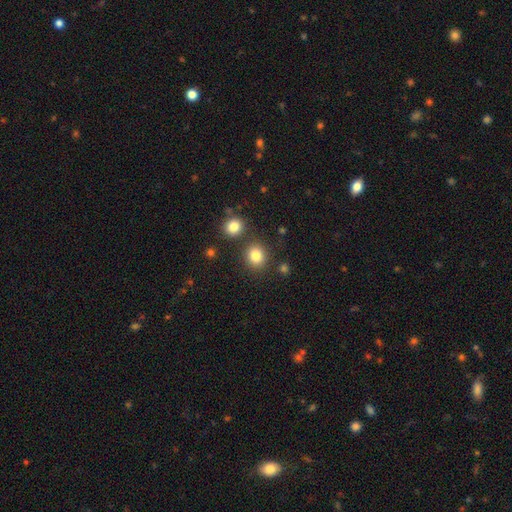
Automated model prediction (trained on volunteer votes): A smooth galaxy with no disk features (83%) that is round (80%). Merging: none (82%).